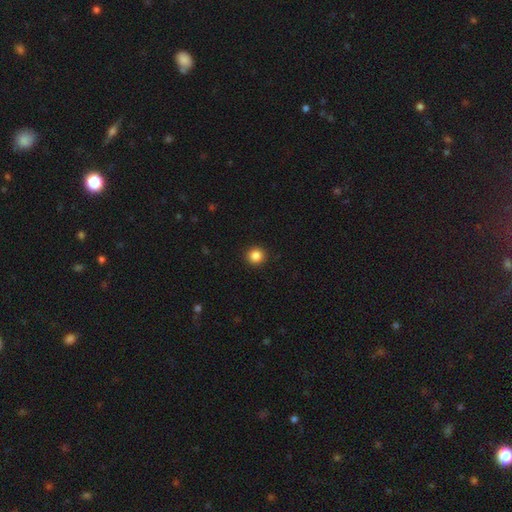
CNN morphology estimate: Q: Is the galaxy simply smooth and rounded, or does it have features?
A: smooth — 86%.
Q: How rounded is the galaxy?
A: round — 95%.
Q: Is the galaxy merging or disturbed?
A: none — 93%.